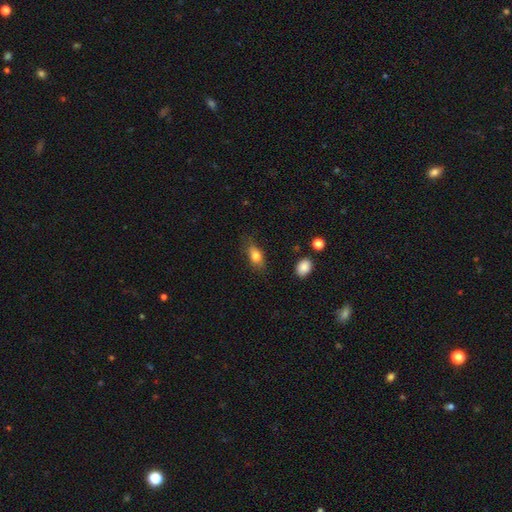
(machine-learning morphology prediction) This appears to be a smooth galaxy with no disk features (78%) that is in between round and cigar-shaped (79%). Merging: none (72%).